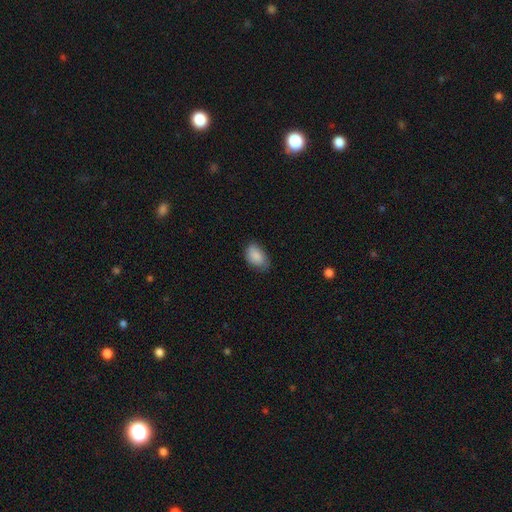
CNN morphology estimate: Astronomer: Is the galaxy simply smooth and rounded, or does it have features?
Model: smooth — 88%.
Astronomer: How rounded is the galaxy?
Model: in between — 90%.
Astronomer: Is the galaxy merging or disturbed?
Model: none — 69%.